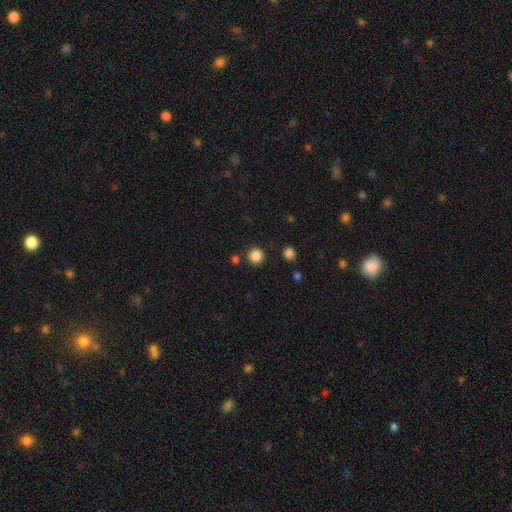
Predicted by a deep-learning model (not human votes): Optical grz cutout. It shows a smooth galaxy with no disk features (86%) that is round (95%). Merging: none (88%).